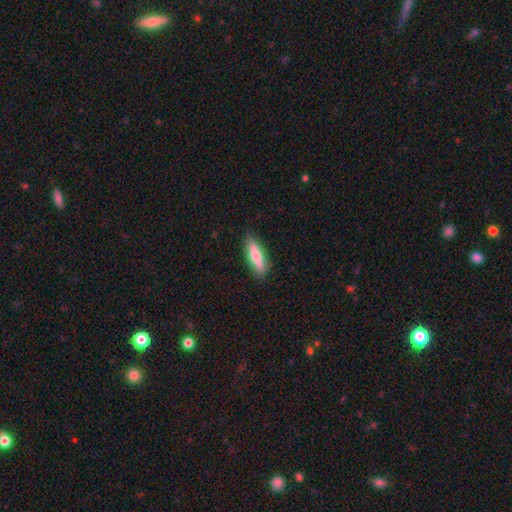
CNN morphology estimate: This appears to be a smooth galaxy with no disk features (68%) that is cigar-shaped (59%). Merging: none (84%).